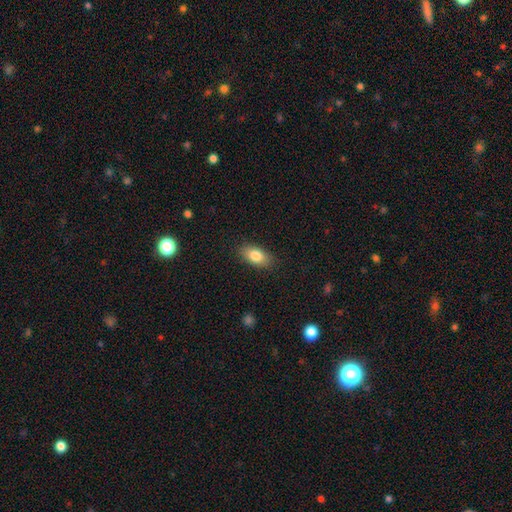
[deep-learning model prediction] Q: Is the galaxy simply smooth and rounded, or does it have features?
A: smooth — 82%.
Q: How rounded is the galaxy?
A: in between — 90%.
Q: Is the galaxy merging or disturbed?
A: none — 86%.